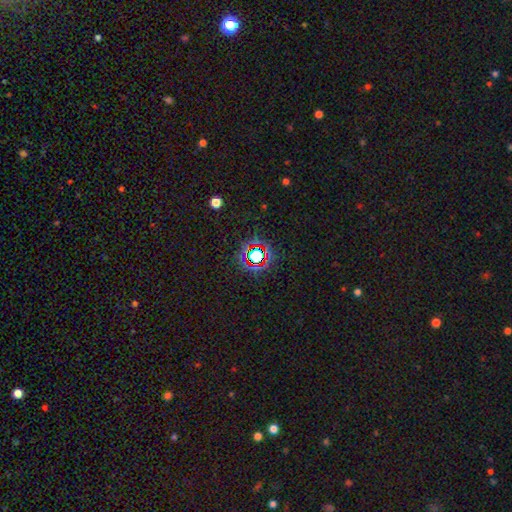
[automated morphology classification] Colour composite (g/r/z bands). It shows a star or artifact, not a galaxy (71%).